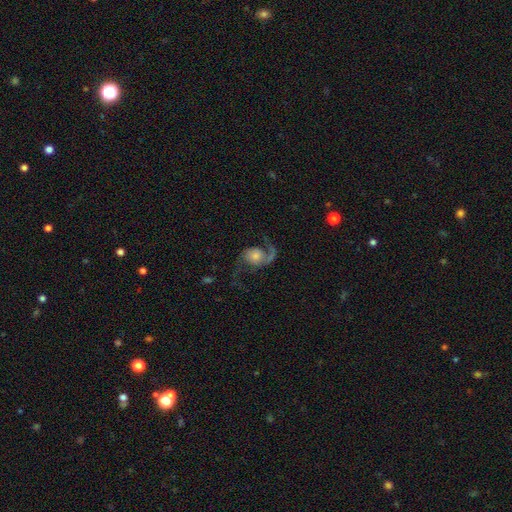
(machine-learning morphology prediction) smooth-or-featured: featured or disk: 85% | smooth: 8% | star or artifact: 7%
  disk-edge-on: no: 98% | yes: 2%
    bar: no: 72% | weak: 23% | strong: 5%
    has-spiral-arms: yes: 96% | no: 4%
      spiral-winding: loose: 57% | medium: 36% | tight: 7%
      spiral-arm-count: 2: 88% | 1: 7% | can't tell: 2% | 3: 1% | 4: 1% | more than 4: 1%
    bulge-size: moderate: 43% | small: 32% | large: 15% | none: 6% | dominant: 4%
  merging: none: 66% | major disturbance: 17% | minor disturbance: 15% | merger: 2%